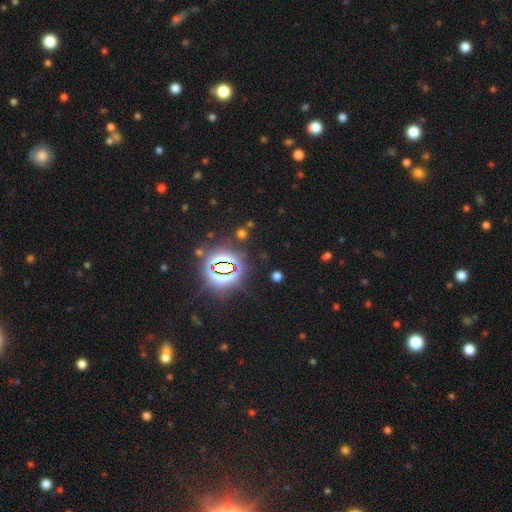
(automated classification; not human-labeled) A star or artifact, not a galaxy (80%).

Vote fractions:
- Smooth or featured? star or artifact: 80% / smooth: 13% / featured or disk: 7%